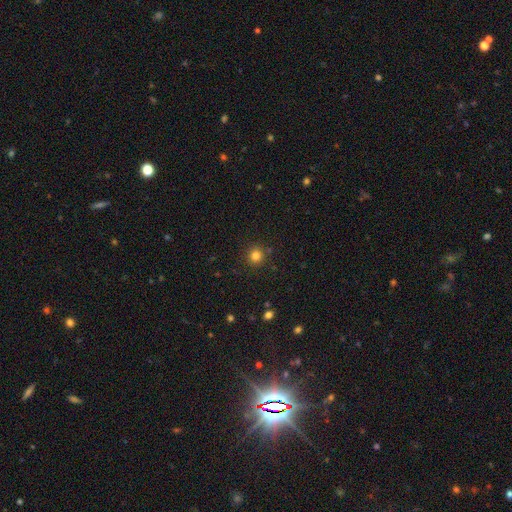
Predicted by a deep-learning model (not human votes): Smooth or featured? smooth (82%)
How rounded? round (92%)
Merging? none (88%)